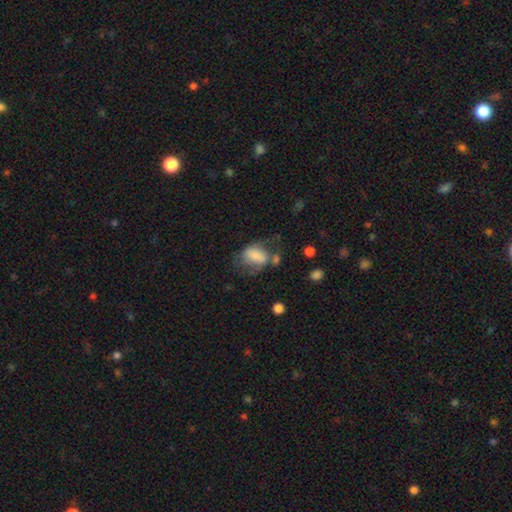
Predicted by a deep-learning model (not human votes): Smooth or featured?
  - smooth: 60% *
  - featured or disk: 32%
  - star or artifact: 9%
How rounded?
  - in between: 79% *
  - round: 20%
  - cigar-shaped: 2%
Merging?
  - major disturbance: 34% *
  - none: 30%
  - minor disturbance: 24%
  - merger: 12%